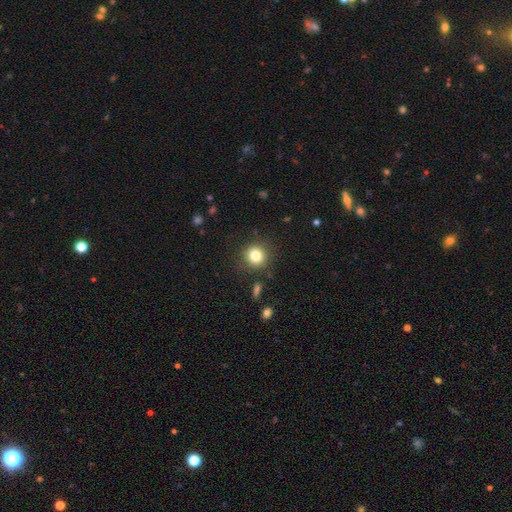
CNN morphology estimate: This appears to be a smooth galaxy with no disk features (81%) that is round (89%). Merging: none (86%).